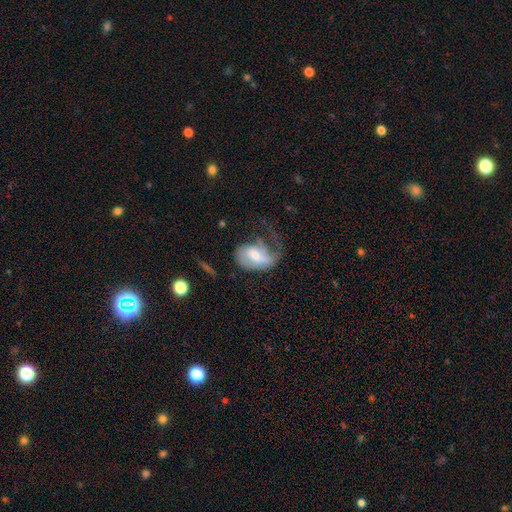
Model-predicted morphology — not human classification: Smooth or featured?
  - featured or disk: 56% *
  - smooth: 37%
  - star or artifact: 7%
Edge-on disk?
  - no: 96% *
  - yes: 4%
Bar?
  - weak: 45% *
  - no: 38%
  - strong: 17%
Spiral arms?
  - yes: 75% *
  - no: 25%
Bulge size?
  - moderate: 51% *
  - small: 31%
  - large: 9%
  - none: 7%
  - dominant: 2%
Merging?
  - major disturbance: 49% *
  - none: 24%
  - minor disturbance: 24%
  - merger: 3%